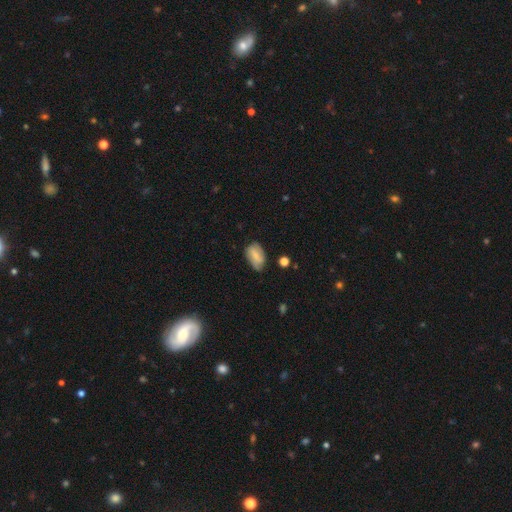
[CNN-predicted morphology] Q: Smooth or featured?
A: smooth (67%); runner-up: featured or disk (25%)
Q: How rounded?
A: in between (89%); runner-up: round (8%)
Q: Merging?
A: none (61%); runner-up: minor disturbance (30%)